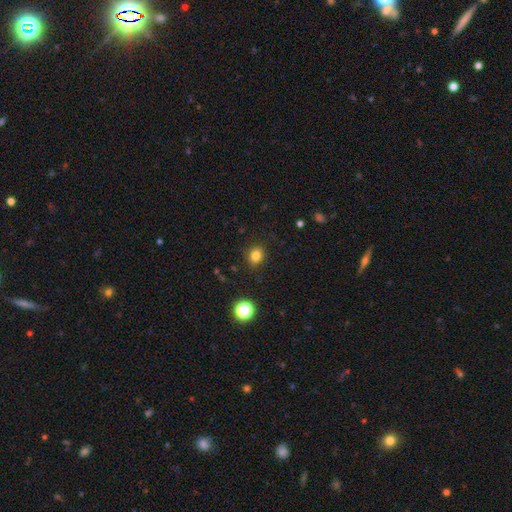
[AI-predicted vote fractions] smooth-or-featured: smooth: 81% | star or artifact: 14% | featured or disk: 5%
  how-rounded: round: 69% | in between: 30% | cigar-shaped: 1%
  merging: none: 88% | minor disturbance: 8% | major disturbance: 2% | merger: 1%